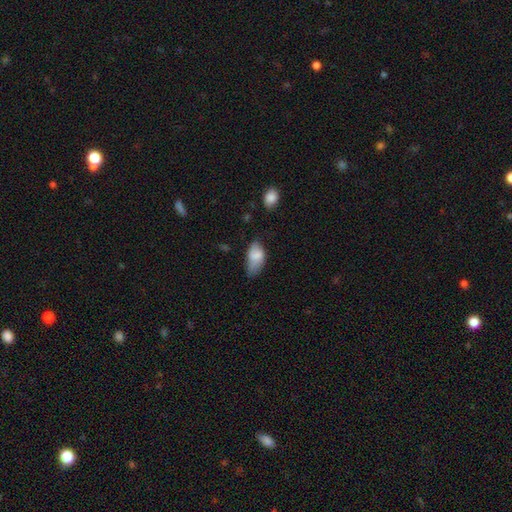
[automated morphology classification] Smooth or featured? Predicted: smooth (p=0.76). How rounded? Predicted: in between (p=0.92). Merging? Predicted: minor disturbance (p=0.43).